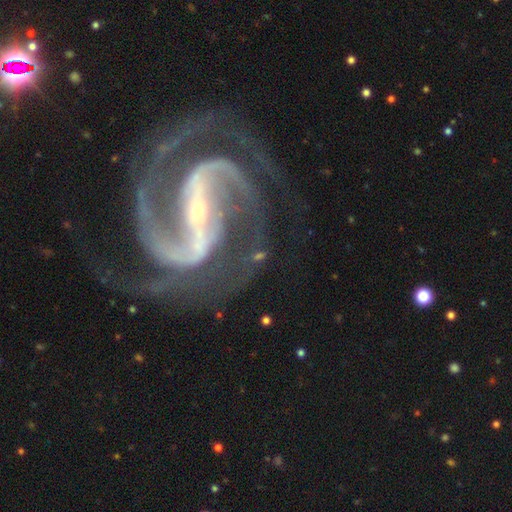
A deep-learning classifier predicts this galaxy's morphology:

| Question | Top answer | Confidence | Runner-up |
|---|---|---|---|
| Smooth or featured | featured or disk | 93% | star or artifact (5%) |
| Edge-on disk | no | 98% | yes (2%) |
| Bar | strong | 77% | weak (16%) |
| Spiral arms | yes | 98% | no (2%) |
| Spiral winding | medium | 61% | loose (20%) |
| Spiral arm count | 2 | 90% | 3 (3%) |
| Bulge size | small | 85% | moderate (10%) |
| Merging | none | 69% | minor disturbance (14%) |